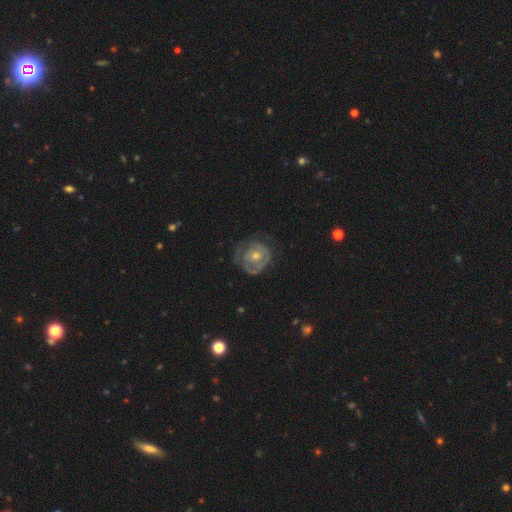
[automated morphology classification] Q: Smooth or featured?
A: featured or disk (67%); runner-up: smooth (25%)
Q: Edge-on disk?
A: no (97%); runner-up: yes (3%)
Q: Bar?
A: no (79%); runner-up: weak (17%)
Q: Spiral arms?
A: yes (67%); runner-up: no (33%)
Q: Bulge size?
A: moderate (58%); runner-up: small (36%)
Q: Merging?
A: none (67%); runner-up: minor disturbance (21%)